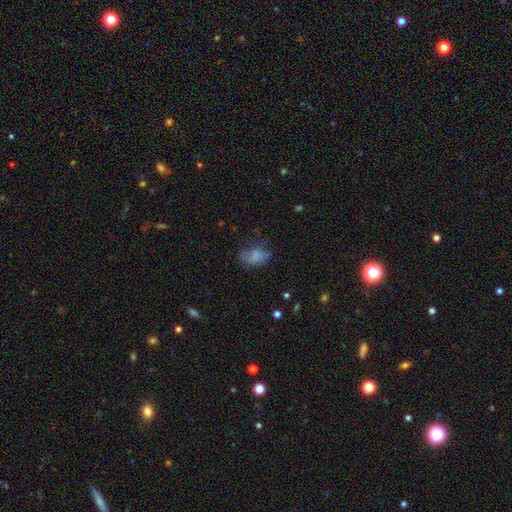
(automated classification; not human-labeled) Smooth or featured: smooth — 64% (featured or disk — 23%)
How rounded: in between — 84% (round — 13%)
Merging: none — 44% (minor disturbance — 29%)